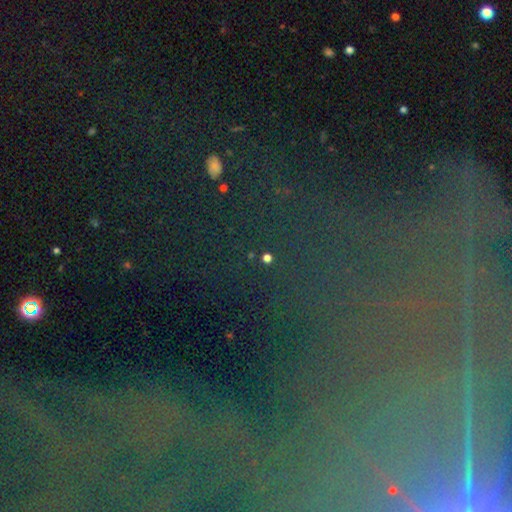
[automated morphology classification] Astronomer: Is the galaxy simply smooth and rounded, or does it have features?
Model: star or artifact — 72%.